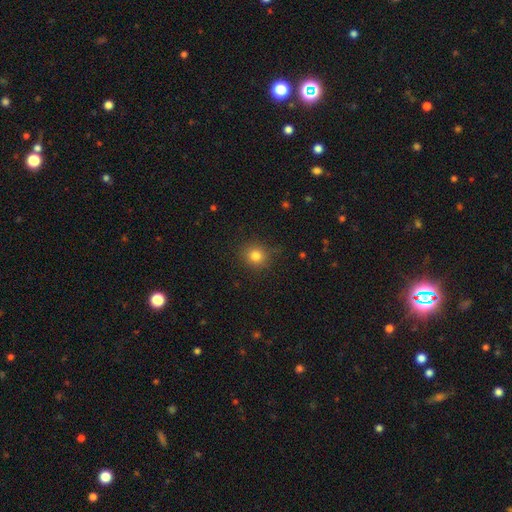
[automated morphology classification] Smooth or featured? Predicted: smooth (p=0.81). How rounded? Predicted: round (p=0.88). Merging? Predicted: none (p=0.86).